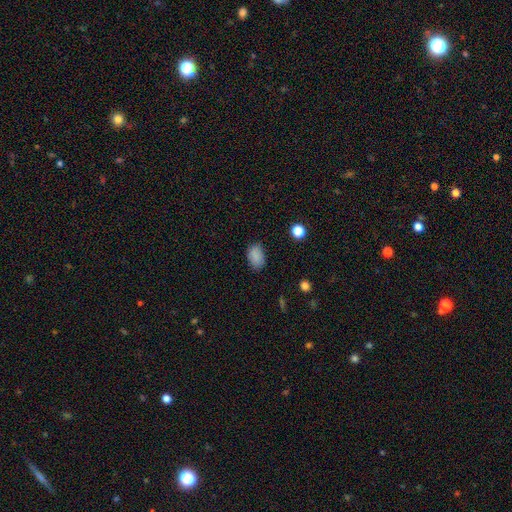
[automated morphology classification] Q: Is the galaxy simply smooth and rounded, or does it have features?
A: smooth — 86%.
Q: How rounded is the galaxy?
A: in between — 84%.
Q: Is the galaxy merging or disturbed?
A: none — 80%.